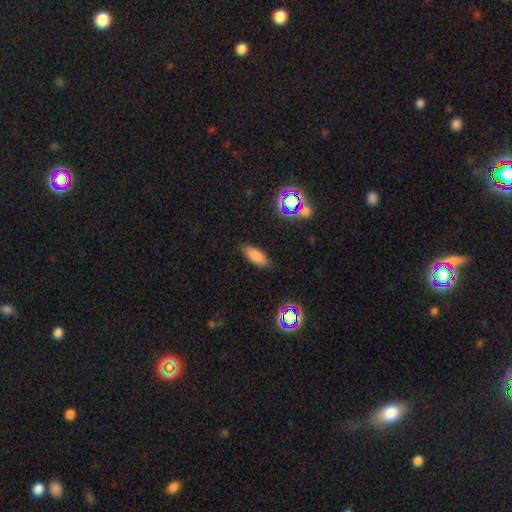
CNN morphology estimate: Smooth or featured? Predicted: smooth (p=0.80). How rounded? Predicted: in between (p=0.81). Merging? Predicted: none (p=0.82).